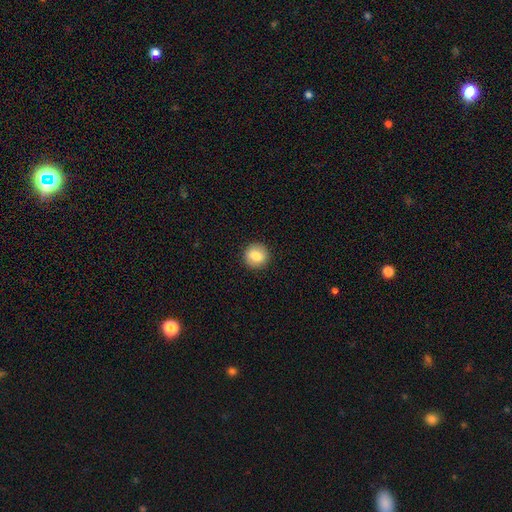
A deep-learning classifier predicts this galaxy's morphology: The model was most divided on "smooth or featured": smooth: 82%, featured or disk: 10%, star or artifact: 8%. More confident: merging — none (90%); how rounded — round (89%).